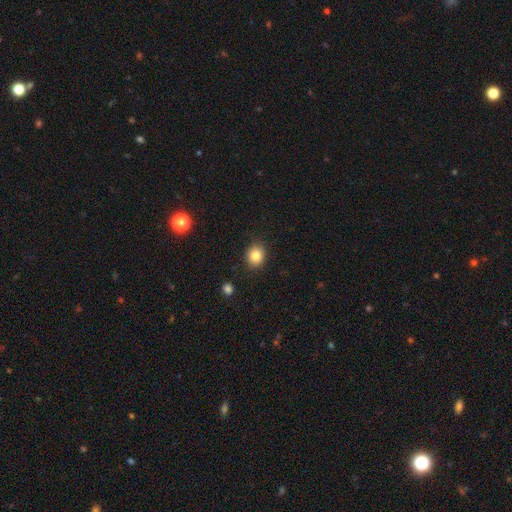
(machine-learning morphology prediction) A smooth galaxy with no disk features (83%) that is round (70%). Merging: none (88%).